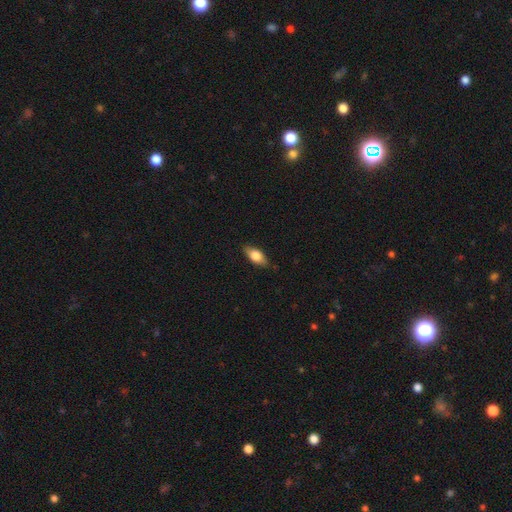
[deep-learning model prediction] The model was most divided on "smooth or featured": smooth: 74%, featured or disk: 19%, star or artifact: 7%. More confident: how rounded — in between (86%); merging — none (84%).